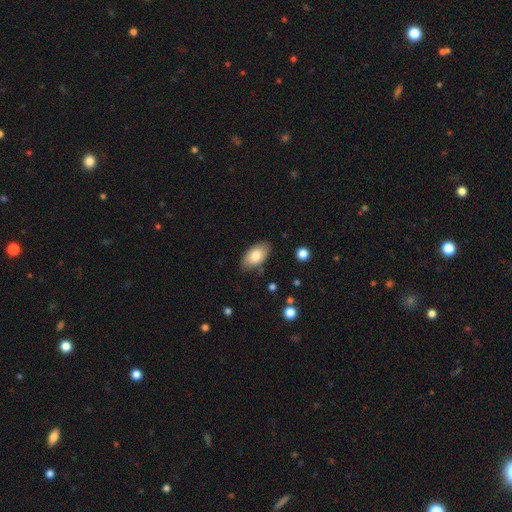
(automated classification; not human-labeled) Q: Smooth or featured?
A: smooth (79%); runner-up: featured or disk (14%)
Q: How rounded?
A: in between (94%); runner-up: round (4%)
Q: Merging?
A: none (80%); runner-up: minor disturbance (15%)